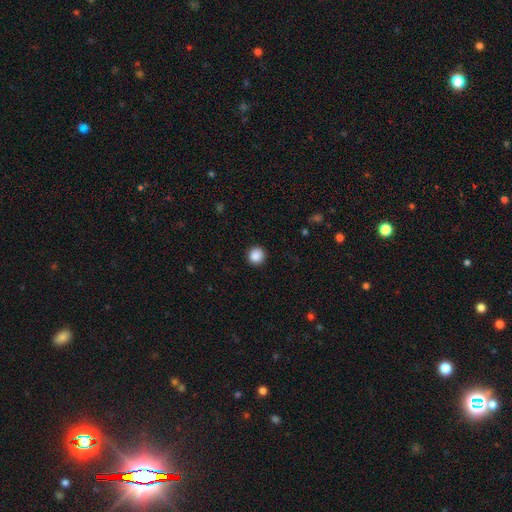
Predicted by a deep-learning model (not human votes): A smooth galaxy with no disk features (88%) that is round (94%). Merging: none (92%).